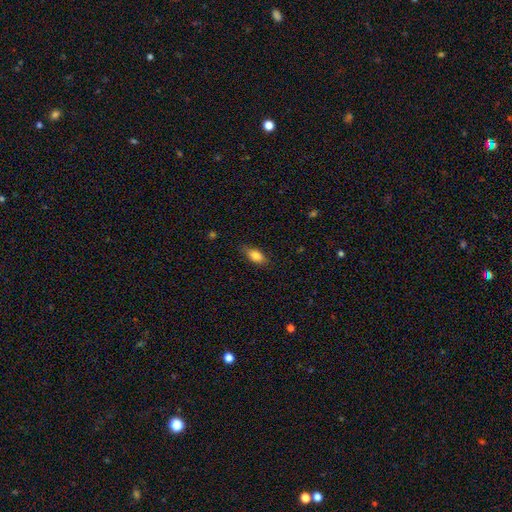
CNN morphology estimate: Smooth or featured? Predicted: smooth (p=0.82). How rounded? Predicted: in between (p=0.83). Merging? Predicted: none (p=0.80).